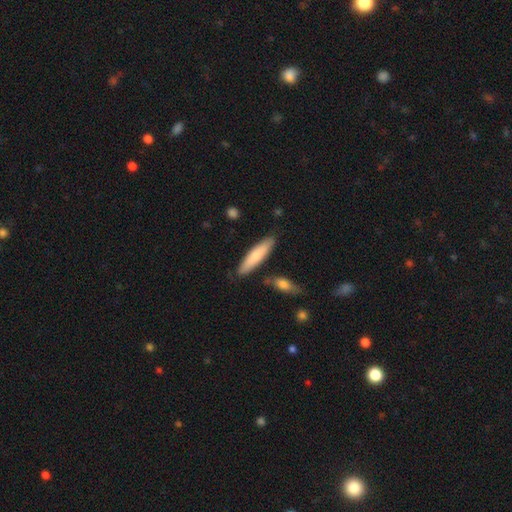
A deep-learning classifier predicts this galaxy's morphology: A smooth galaxy with no disk features (75%) that is cigar-shaped (75%).

Vote fractions:
- Smooth or featured? smooth: 75% / featured or disk: 20% / star or artifact: 5%
- How rounded? cigar-shaped: 75% / in between: 23% / round: 1%
- Merging? none: 83% / minor disturbance: 10% / merger: 4% / major disturbance: 2%